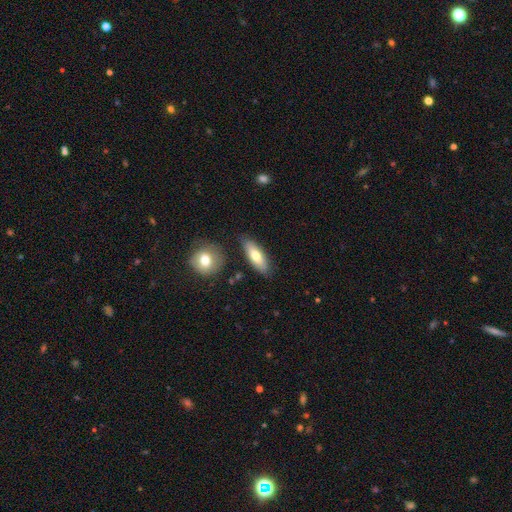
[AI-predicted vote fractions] Smooth or featured: smooth — 69% (featured or disk — 25%)
How rounded: in between — 67% (cigar-shaped — 30%)
Merging: none — 80% (minor disturbance — 12%)